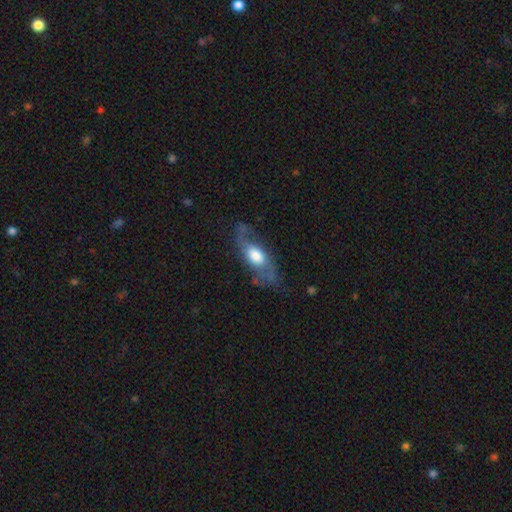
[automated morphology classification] The model was most divided on "smooth or featured": featured or disk: 59%, smooth: 34%, star or artifact: 7%. More confident: edge-on disk — no (83%); merging — none (50%).